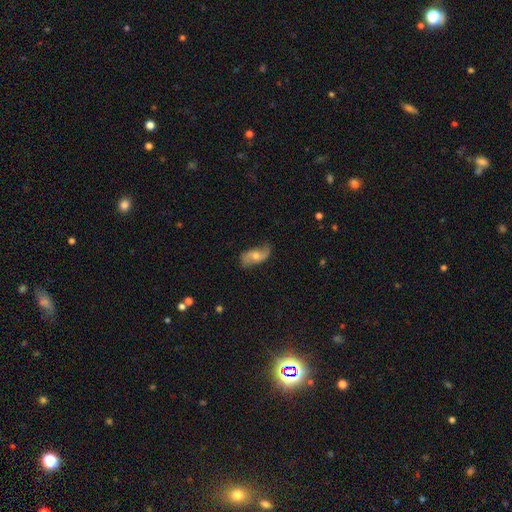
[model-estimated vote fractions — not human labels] The model was most divided on "bar": no: 60%, weak: 31%, strong: 9%. More confident: edge-on disk — no (93%); spiral arm count — 2 (89%); spiral arms — yes (88%); spiral winding — loose (72%); merging — none (72%); smooth or featured — featured or disk (66%); bulge size — moderate (63%).